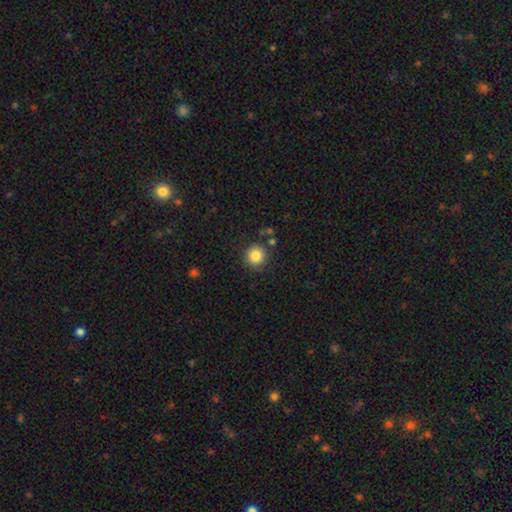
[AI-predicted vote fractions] Smooth or featured? smooth (84%)
How rounded? round (93%)
Merging? none (87%)